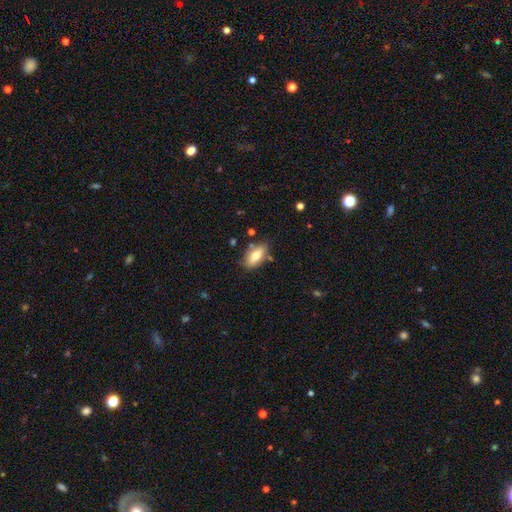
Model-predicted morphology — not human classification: Smooth or featured? smooth (70%)
How rounded? in between (86%)
Merging? none (76%)